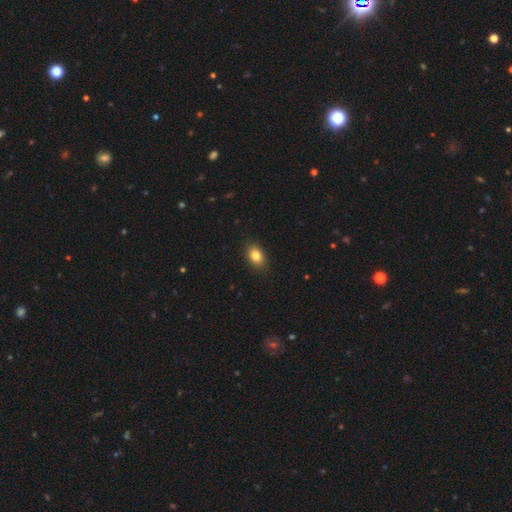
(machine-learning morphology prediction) Q: Smooth or featured?
A: smooth (83%); runner-up: star or artifact (9%)
Q: How rounded?
A: in between (80%); runner-up: round (18%)
Q: Merging?
A: none (88%); runner-up: minor disturbance (9%)